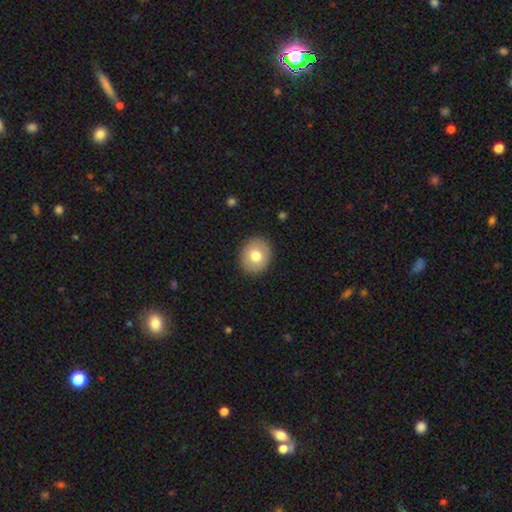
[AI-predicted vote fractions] Q: Smooth or featured?
A: smooth (74%); runner-up: featured or disk (19%)
Q: How rounded?
A: round (71%); runner-up: in between (28%)
Q: Merging?
A: none (90%); runner-up: minor disturbance (7%)